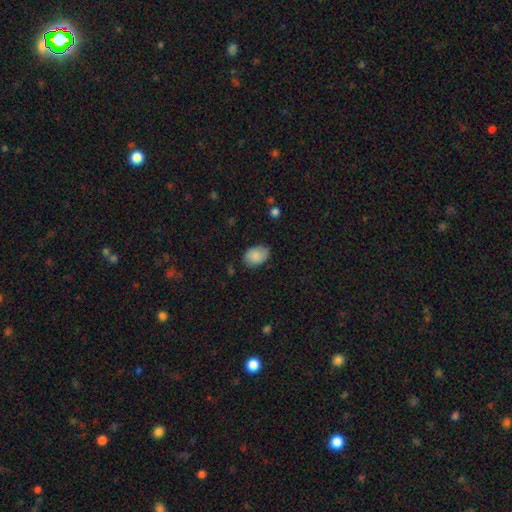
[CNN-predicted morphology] Smooth or featured? smooth (85%)
How rounded? in between (77%)
Merging? none (72%)